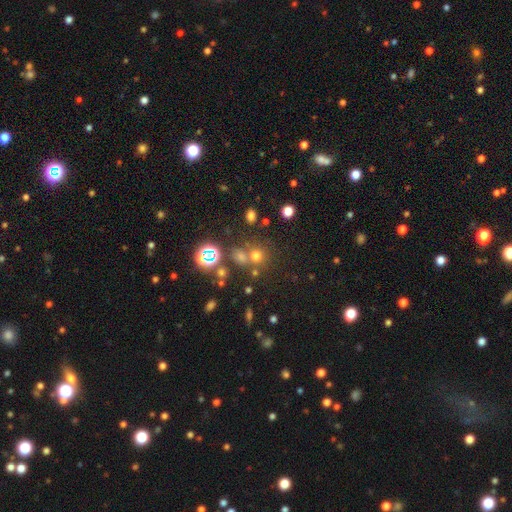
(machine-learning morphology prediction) smooth_or_featured: smooth (p=0.59) [alt: star or artifact p=0.32]
how_rounded: round (p=0.84) [alt: in between p=0.15]
merging: none (p=0.61) [alt: merger p=0.24]